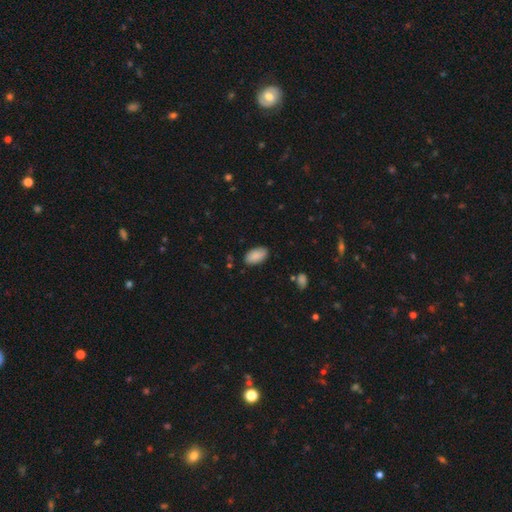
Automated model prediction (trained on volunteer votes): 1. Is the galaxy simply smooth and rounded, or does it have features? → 89% smooth, 6% star or artifact, 4% featured or disk.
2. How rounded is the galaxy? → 95% in between, 3% round, 2% cigar-shaped.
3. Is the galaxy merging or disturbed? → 85% none, 12% minor disturbance, 2% major disturbance, 1% merger.